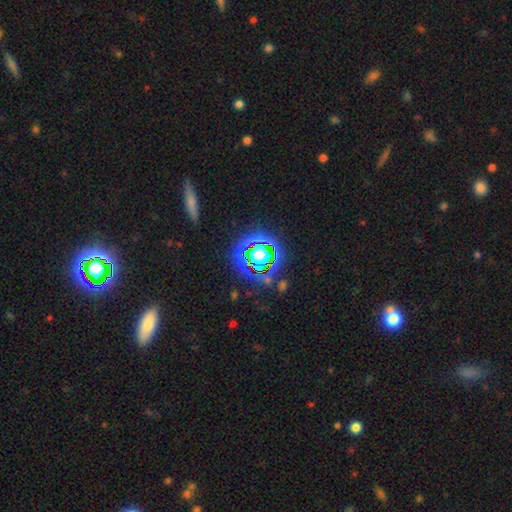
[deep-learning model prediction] Smooth or featured?
  - star or artifact: 74% *
  - smooth: 14%
  - featured or disk: 12%